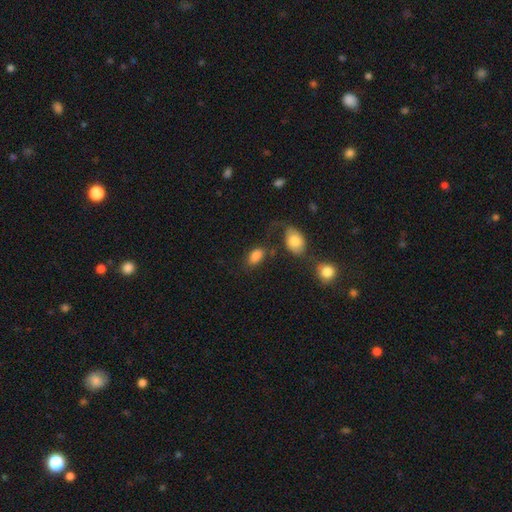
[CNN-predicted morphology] A smooth galaxy with no disk features (84%) that is in between round and cigar-shaped (90%). Merging: none (56%).